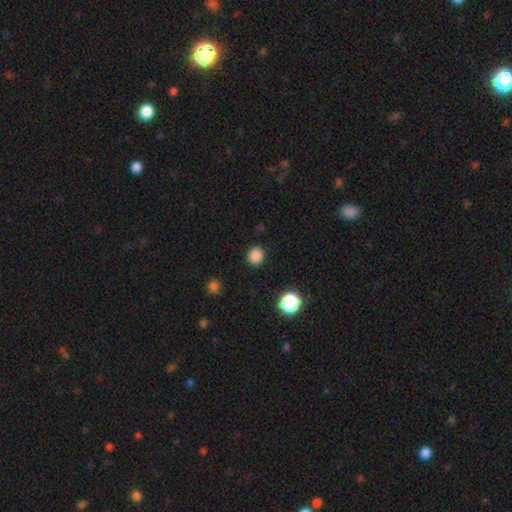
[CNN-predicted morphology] smooth-or-featured: smooth: 85% | star or artifact: 12% | featured or disk: 3%
  how-rounded: round: 80% | in between: 19% | cigar-shaped: 1%
  merging: none: 90% | minor disturbance: 7% | major disturbance: 2% | merger: 1%